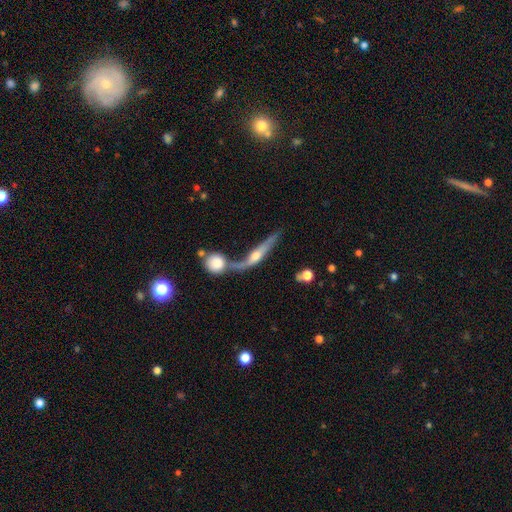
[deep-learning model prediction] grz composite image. It shows a featured or disk galaxy (68%) viewed edge-on (71%). Merging: merger (45%).